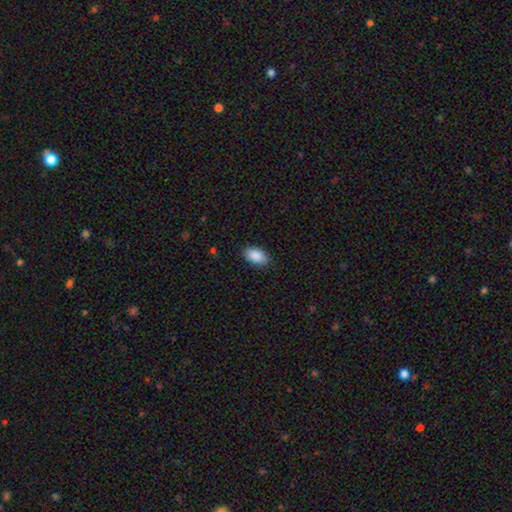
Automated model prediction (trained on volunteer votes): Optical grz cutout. It shows a smooth galaxy with no disk features (89%) that is in between round and cigar-shaped (94%). Merging: none (88%).